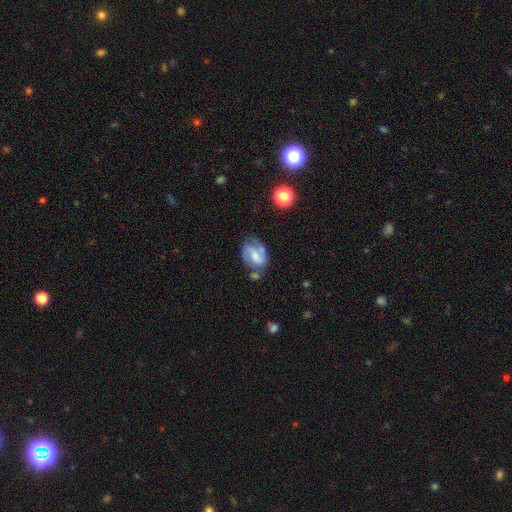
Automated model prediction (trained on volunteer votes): Smooth or featured? Predicted: featured or disk (p=0.69). Edge-on disk? Predicted: no (p=0.97). Bar? Predicted: weak (p=0.48). Spiral arms? Predicted: yes (p=0.88). Spiral winding? Predicted: medium (p=0.48). Spiral arm count? Predicted: 2 (p=0.76). Bulge size? Predicted: small (p=0.38). Merging? Predicted: none (p=0.52).